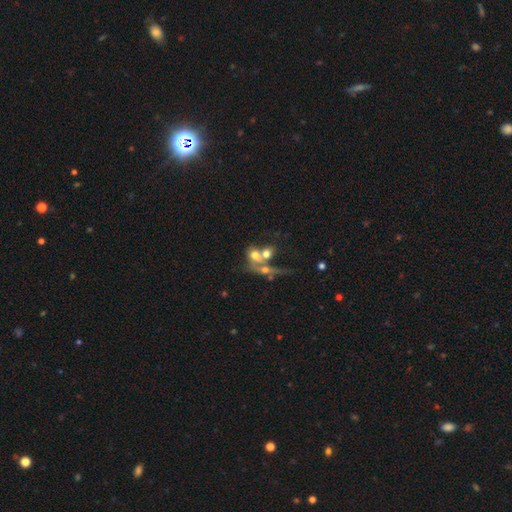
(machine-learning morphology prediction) Smooth or featured? smooth (52%)
How rounded? in between (58%)
Merging? merger (59%)